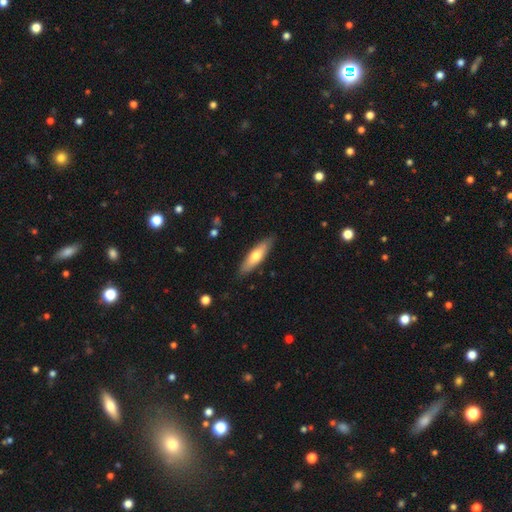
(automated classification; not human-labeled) This is likely a smooth galaxy (62%). How rounded: likely cigar-shaped (61%). Merging: clearly none (87%).